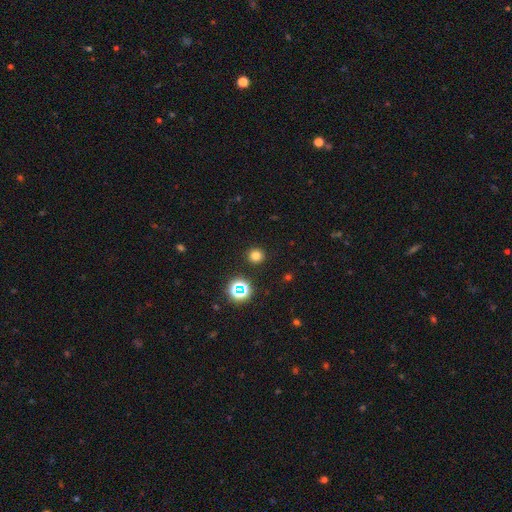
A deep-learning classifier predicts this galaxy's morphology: This is likely a smooth galaxy (75%). How rounded: clearly round (94%). Merging: clearly none (92%).